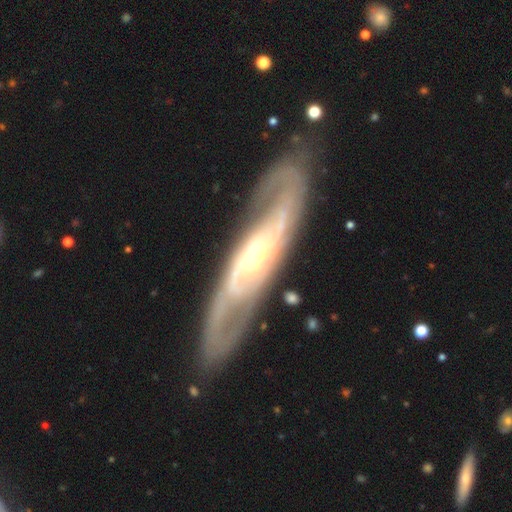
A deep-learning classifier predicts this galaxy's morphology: Smooth or featured: featured or disk — 84% (smooth — 10%)
Edge-on disk: no — 81% (yes — 19%)
Bar: no — 56% (weak — 28%)
Spiral arms: yes — 87% (no — 13%)
Spiral winding: medium — 42% (tight — 38%)
Spiral arm count: 2 — 76% (can't tell — 15%)
Bulge size: small — 62% (moderate — 32%)
Merging: none — 82% (minor disturbance — 11%)